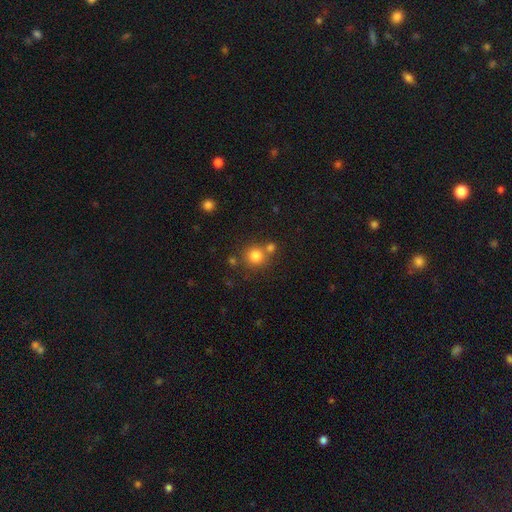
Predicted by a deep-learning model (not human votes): The model was most divided on "merging": none: 68%, merger: 21%, minor disturbance: 8%, major disturbance: 3%. More confident: how rounded — round (92%); smooth or featured — smooth (80%).